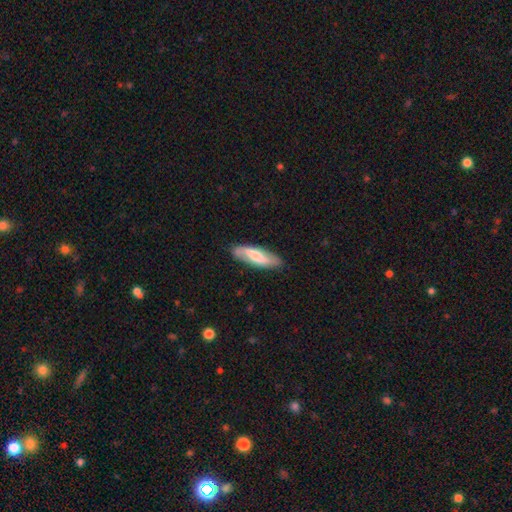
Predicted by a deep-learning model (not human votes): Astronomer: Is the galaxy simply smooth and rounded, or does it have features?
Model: featured or disk — 48% (runner-up: smooth, 46%).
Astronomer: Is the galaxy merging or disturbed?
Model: none — 81%.